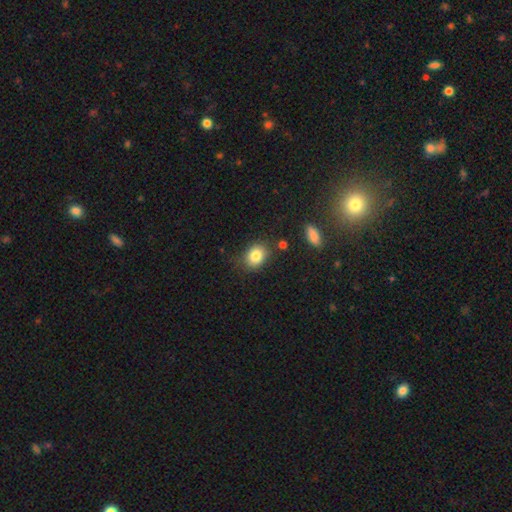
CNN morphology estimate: A smooth galaxy with no disk features (84%) that is in between round and cigar-shaped (57%).

Vote fractions:
- Smooth or featured? smooth: 84% / star or artifact: 9% / featured or disk: 7%
- How rounded? in between: 57% / round: 42% / cigar-shaped: 1%
- Merging? none: 76% / minor disturbance: 15% / merger: 5% / major disturbance: 4%